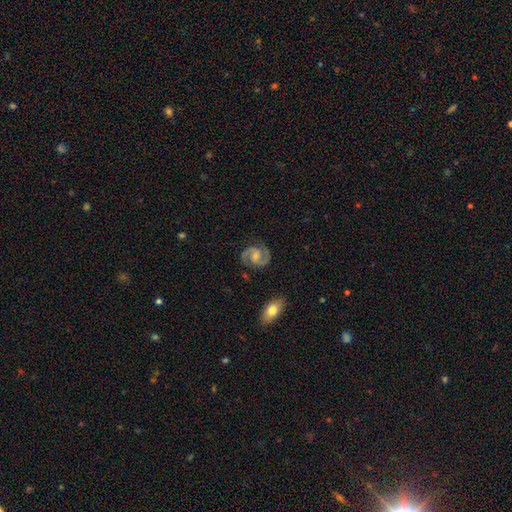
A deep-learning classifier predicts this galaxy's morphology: smooth-or-featured: featured or disk: 89% | smooth: 7% | star or artifact: 5%
  disk-edge-on: no: 98% | yes: 2%
    bar: weak: 46% | no: 42% | strong: 12%
    has-spiral-arms: yes: 98% | no: 2%
      spiral-winding: medium: 59% | tight: 28% | loose: 13%
      spiral-arm-count: 2: 94% | can't tell: 2% | 3: 1% | 1: 1% | 4: 1% | more than 4: 1%
    bulge-size: moderate: 40% | small: 31% | none: 21% | large: 6% | dominant: 1%
  merging: none: 83% | minor disturbance: 12% | major disturbance: 4% | merger: 2%